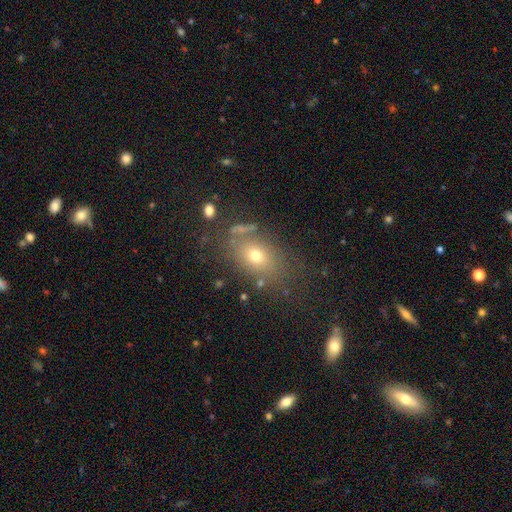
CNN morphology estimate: This is likely a smooth galaxy (67%). How rounded: likely in between (70%). Merging: likely none (72%).